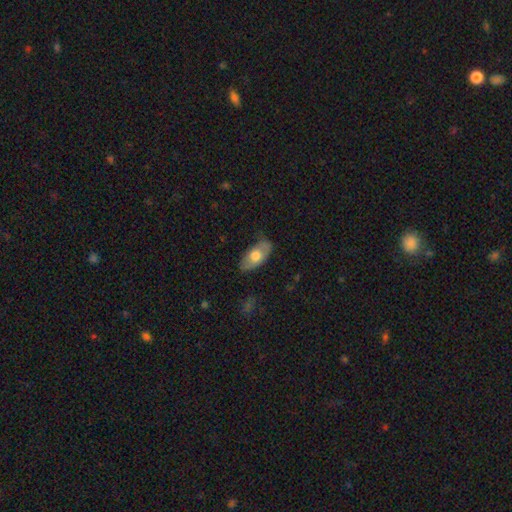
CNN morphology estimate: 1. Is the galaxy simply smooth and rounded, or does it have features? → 65% smooth, 30% featured or disk, 6% star or artifact.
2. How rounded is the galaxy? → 90% in between, 7% cigar-shaped, 3% round.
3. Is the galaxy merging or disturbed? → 73% none, 21% minor disturbance, 5% major disturbance, 1% merger.